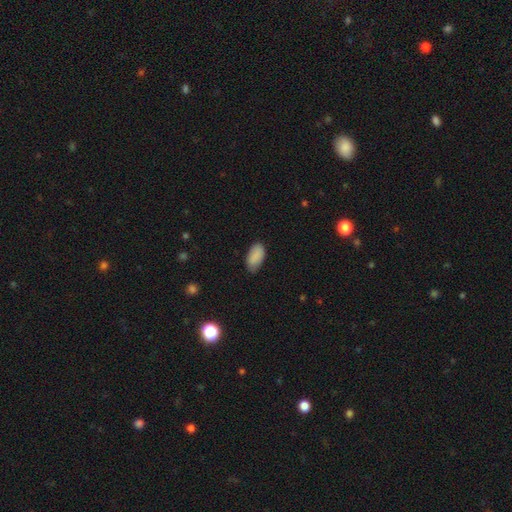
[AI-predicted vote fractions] Smooth or featured? Predicted: smooth (p=0.89). How rounded? Predicted: in between (p=0.95). Merging? Predicted: none (p=0.75).